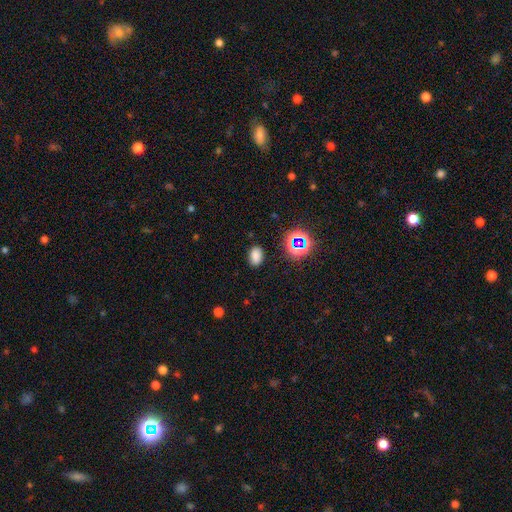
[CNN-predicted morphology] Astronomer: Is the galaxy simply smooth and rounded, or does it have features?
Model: smooth — 76%.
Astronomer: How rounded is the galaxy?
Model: in between — 84%.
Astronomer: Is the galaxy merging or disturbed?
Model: none — 86%.